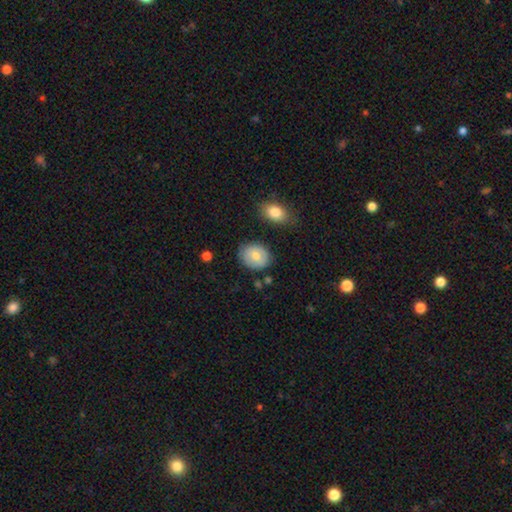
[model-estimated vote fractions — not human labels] A smooth galaxy with no disk features (72%) that is round (55%).

Vote fractions:
- Smooth or featured? smooth: 72% / featured or disk: 22% / star or artifact: 7%
- How rounded? round: 55% / in between: 44% / cigar-shaped: 1%
- Merging? none: 76% / minor disturbance: 17% / major disturbance: 4% / merger: 3%